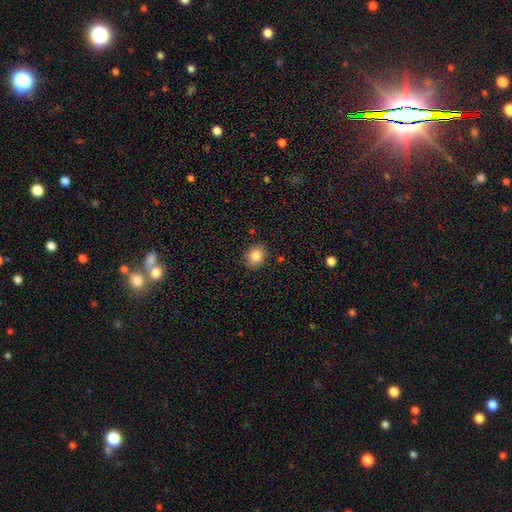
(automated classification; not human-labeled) smooth-or-featured: smooth: 84% | star or artifact: 9% | featured or disk: 7%
  how-rounded: round: 54% | in between: 45% | cigar-shaped: 1%
  merging: none: 87% | minor disturbance: 10% | major disturbance: 2% | merger: 1%